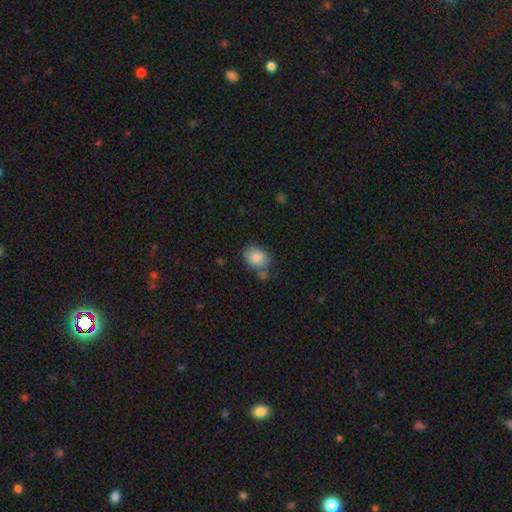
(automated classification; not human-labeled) A smooth galaxy with no disk features (86%) that is in between round and cigar-shaped (59%).

Vote fractions:
- Smooth or featured? smooth: 86% / star or artifact: 8% / featured or disk: 5%
- How rounded? in between: 59% / round: 40% / cigar-shaped: 1%
- Merging? none: 66% / minor disturbance: 18% / merger: 11% / major disturbance: 5%